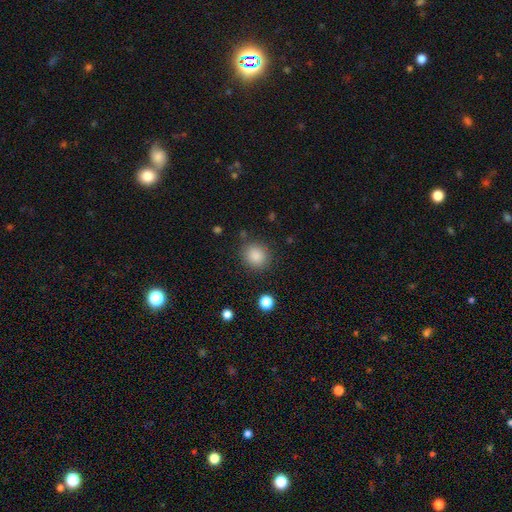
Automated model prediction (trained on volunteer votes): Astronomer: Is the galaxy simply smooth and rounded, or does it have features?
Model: smooth — 86%.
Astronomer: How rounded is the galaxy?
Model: round — 81%.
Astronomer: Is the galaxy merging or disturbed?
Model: none — 85%.